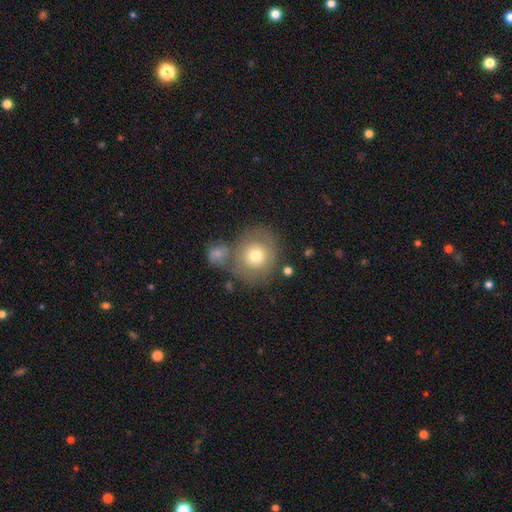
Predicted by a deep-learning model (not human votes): The model was most divided on "merging": none: 58%, merger: 23%, minor disturbance: 13%, major disturbance: 7%. More confident: how rounded — round (85%); smooth or featured — smooth (68%).